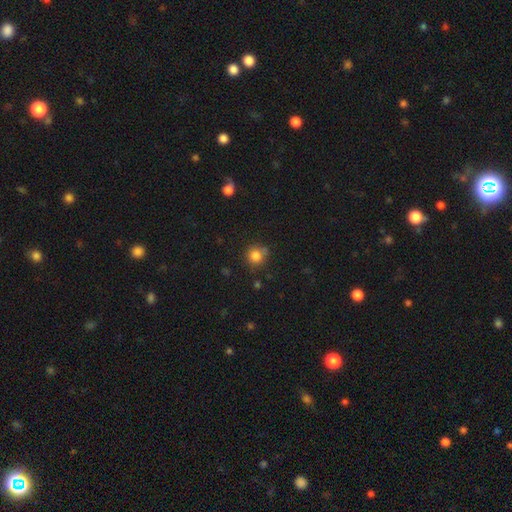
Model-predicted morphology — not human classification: Smooth or featured? smooth (82%)
How rounded? round (89%)
Merging? none (72%)